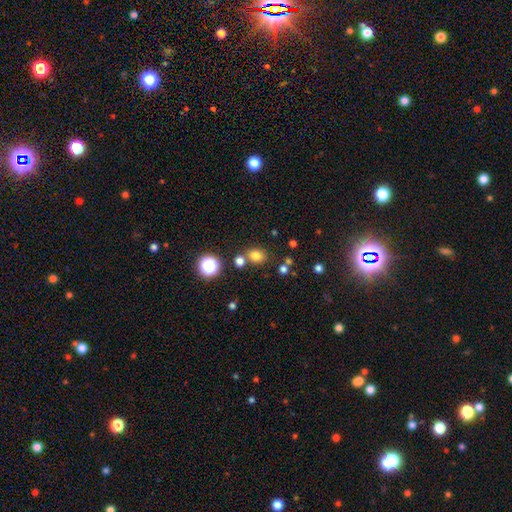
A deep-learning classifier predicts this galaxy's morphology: smooth 76%, star or artifact 17%, featured or disk 7%. Down the decision tree: how rounded — round (56%); merging — none (71%).